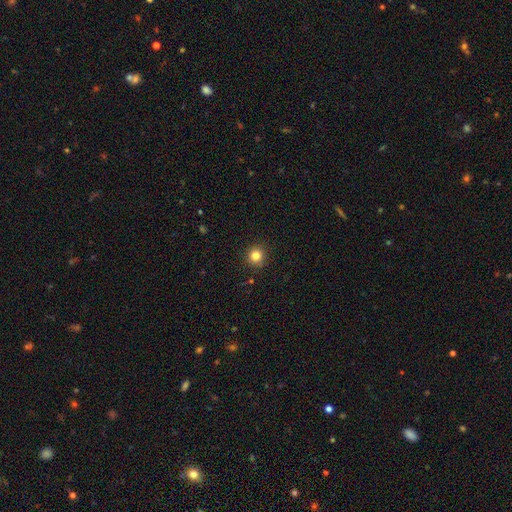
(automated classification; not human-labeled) Smooth or featured?
  - smooth: 82% *
  - star or artifact: 13%
  - featured or disk: 5%
How rounded?
  - round: 93% *
  - in between: 6%
  - cigar-shaped: 1%
Merging?
  - none: 91% *
  - minor disturbance: 6%
  - major disturbance: 2%
  - merger: 1%